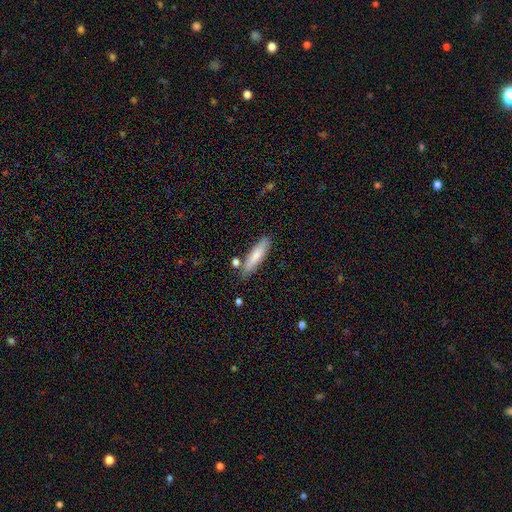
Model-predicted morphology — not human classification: Smooth or featured? Predicted: smooth (p=0.77). How rounded? Predicted: cigar-shaped (p=0.74). Merging? Predicted: none (p=0.77).